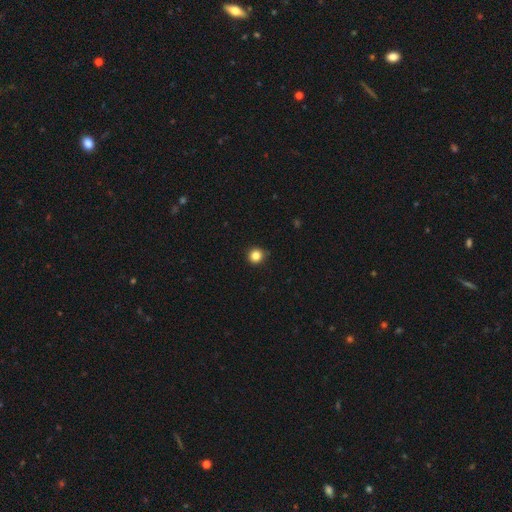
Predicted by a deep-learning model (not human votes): A smooth galaxy with no disk features (84%) that is round (93%).

Vote fractions:
- Smooth or featured? smooth: 84% / star or artifact: 12% / featured or disk: 4%
- How rounded? round: 93% / in between: 6% / cigar-shaped: 1%
- Merging? none: 91% / minor disturbance: 6% / major disturbance: 2% / merger: 1%